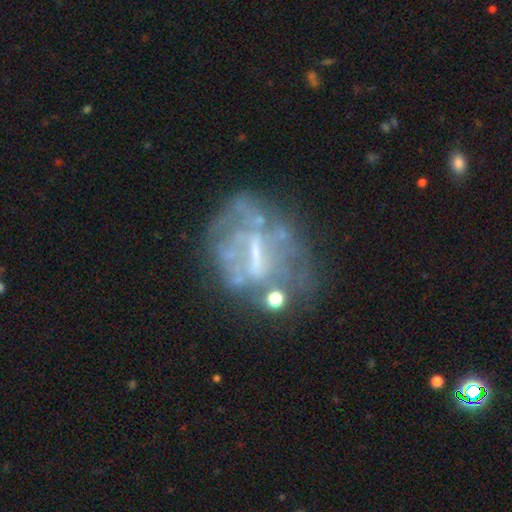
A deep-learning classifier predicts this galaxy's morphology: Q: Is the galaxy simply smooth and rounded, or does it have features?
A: featured or disk — 70%.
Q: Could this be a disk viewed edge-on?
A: no — 96%.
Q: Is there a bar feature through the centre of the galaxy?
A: weak — 36%.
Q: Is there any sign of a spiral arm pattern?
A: no — 75%.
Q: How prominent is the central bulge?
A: none — 40%.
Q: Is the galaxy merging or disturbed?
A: none — 46%.